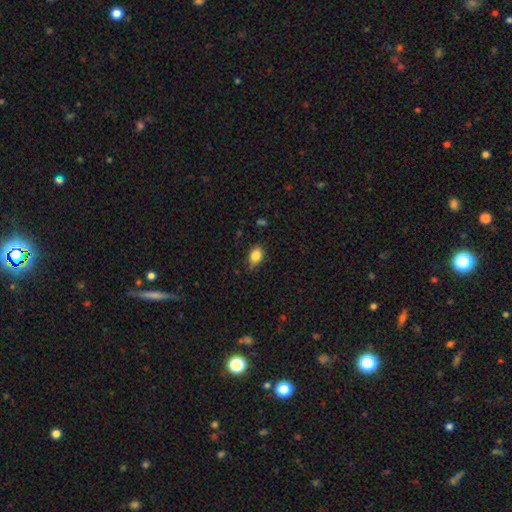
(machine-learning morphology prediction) smooth-or-featured: smooth: 84% | star or artifact: 9% | featured or disk: 7%
  how-rounded: in between: 72% | round: 26% | cigar-shaped: 2%
  merging: none: 74% | minor disturbance: 21% | major disturbance: 3% | merger: 1%